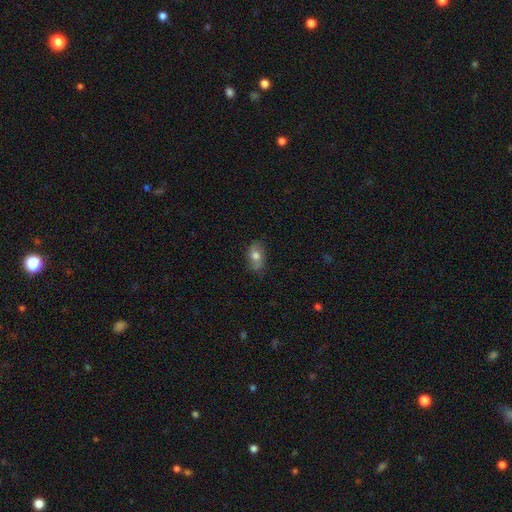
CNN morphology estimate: This is likely a smooth galaxy (70%). How rounded: clearly in between (84%). Merging: likely none (77%).